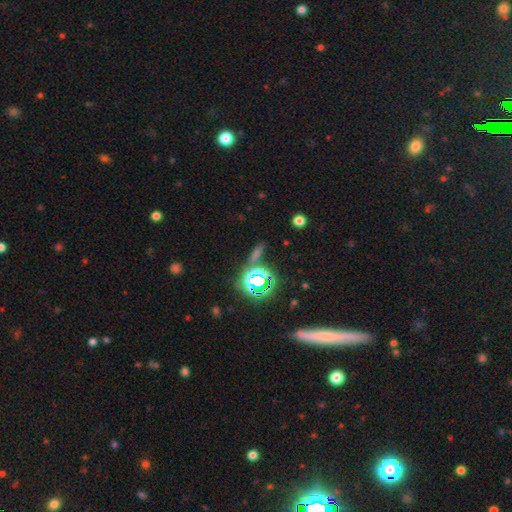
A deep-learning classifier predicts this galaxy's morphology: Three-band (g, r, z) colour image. It shows a star or artifact, not a galaxy (59%).